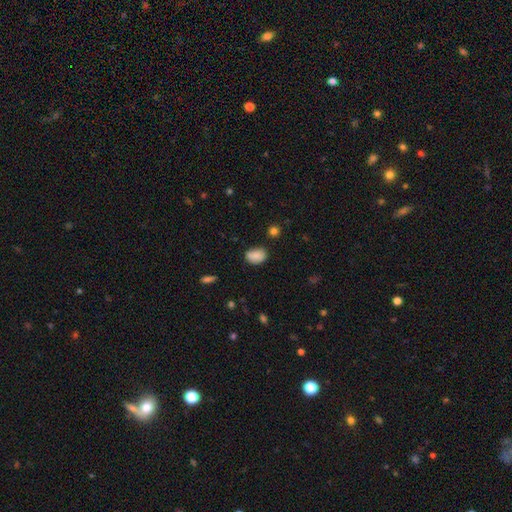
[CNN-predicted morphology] This appears to be a smooth galaxy with no disk features (84%) that is in between round and cigar-shaped (81%). Merging: none (72%).